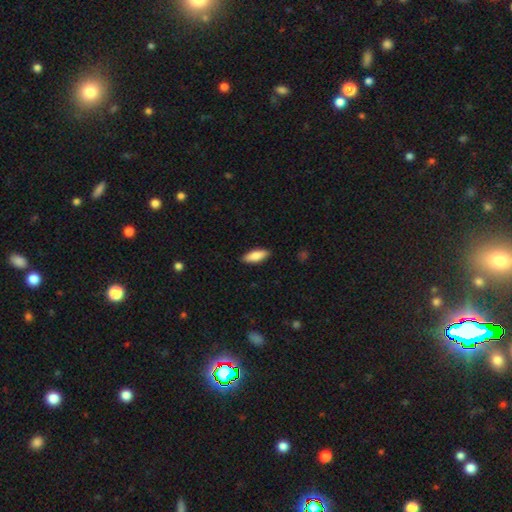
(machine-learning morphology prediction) A smooth galaxy with no disk features (83%) that is in between round and cigar-shaped (70%). Merging: none (89%).